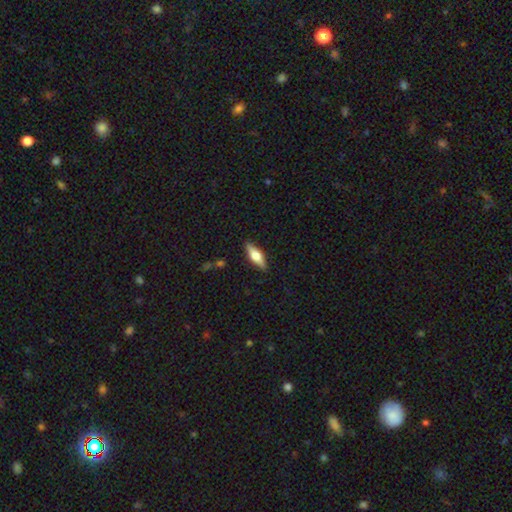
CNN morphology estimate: smooth_or_featured: featured or disk (p=0.51) [alt: smooth p=0.43]
disk_edge_on: yes (p=0.93) [alt: no p=0.07]
merging: none (p=0.89) [alt: minor disturbance p=0.08]